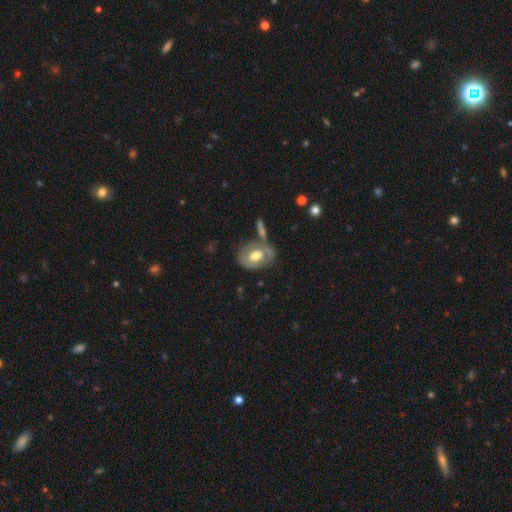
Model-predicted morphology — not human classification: The model was most divided on "spiral arms": yes: 54%, no: 46%. More confident: edge-on disk — no (94%); bulge size — moderate (65%); bar — no (64%); smooth or featured — featured or disk (63%); merging — none (56%).